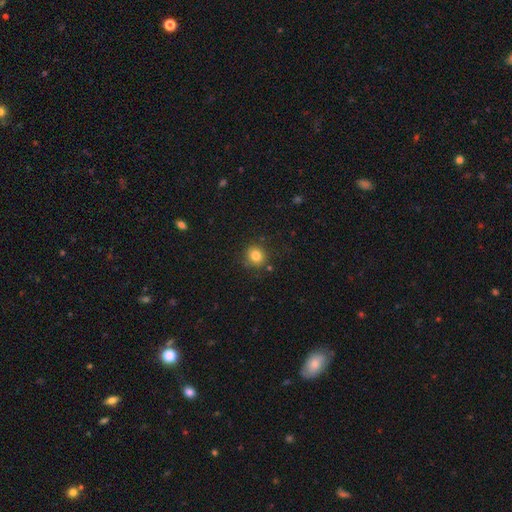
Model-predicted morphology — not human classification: Smooth or featured?
  - smooth: 82% *
  - star or artifact: 12%
  - featured or disk: 6%
How rounded?
  - round: 88% *
  - in between: 11%
  - cigar-shaped: 1%
Merging?
  - none: 86% *
  - minor disturbance: 9%
  - major disturbance: 3%
  - merger: 3%